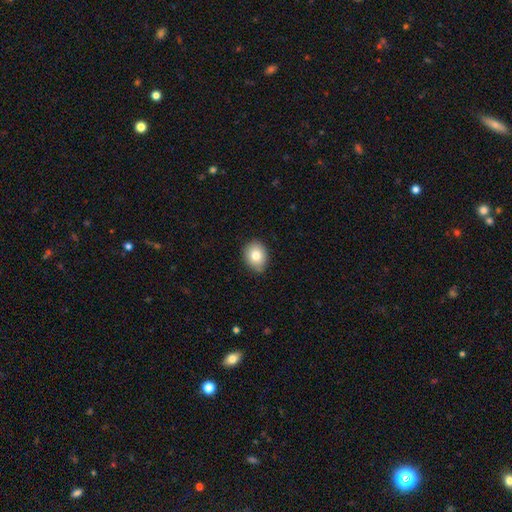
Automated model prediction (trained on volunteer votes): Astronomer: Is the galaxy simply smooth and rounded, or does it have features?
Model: smooth — 79%.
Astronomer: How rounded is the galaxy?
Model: in between — 51% (runner-up: round, 48%).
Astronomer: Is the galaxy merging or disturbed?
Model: none — 84%.